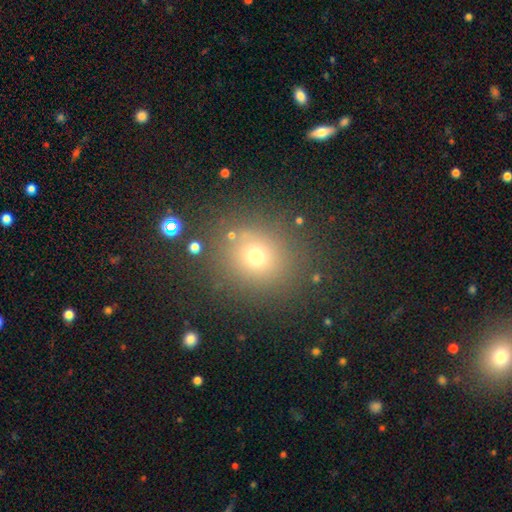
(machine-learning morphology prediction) Smooth or featured? smooth (65%)
How rounded? round (83%)
Merging? none (86%)